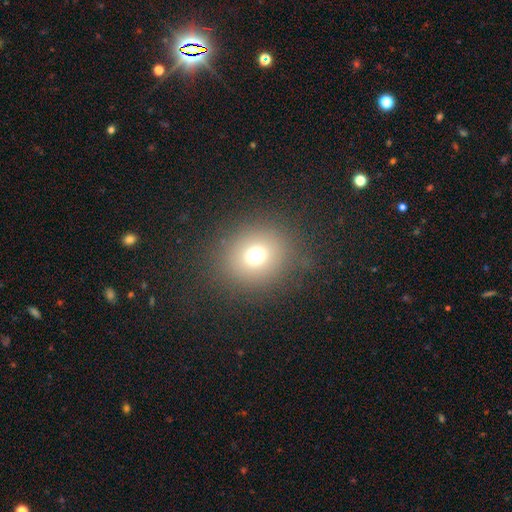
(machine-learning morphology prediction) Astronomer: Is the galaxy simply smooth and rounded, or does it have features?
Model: smooth — 69%.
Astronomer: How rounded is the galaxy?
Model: round — 84%.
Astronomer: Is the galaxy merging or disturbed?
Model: none — 83%.